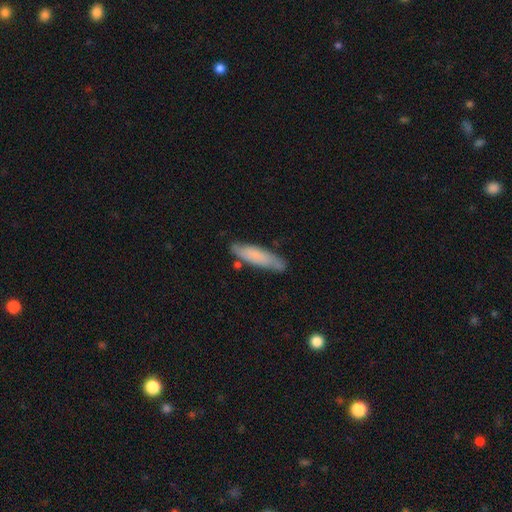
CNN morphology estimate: Smooth or featured? Predicted: smooth (p=0.71). How rounded? Predicted: cigar-shaped (p=0.75). Merging? Predicted: none (p=0.75).